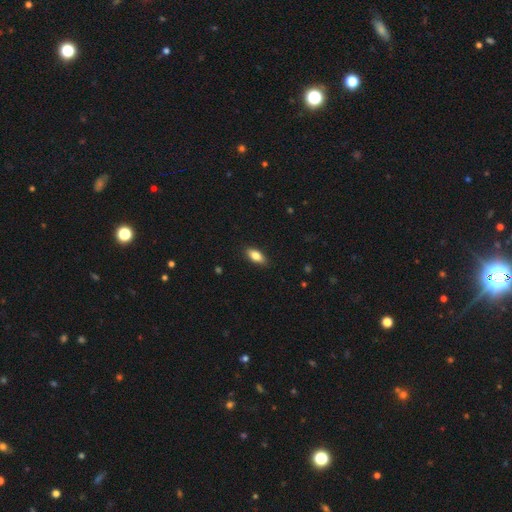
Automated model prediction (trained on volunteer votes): Overall: smooth (81%). How rounded: in between (84%). Merging: none (87%).